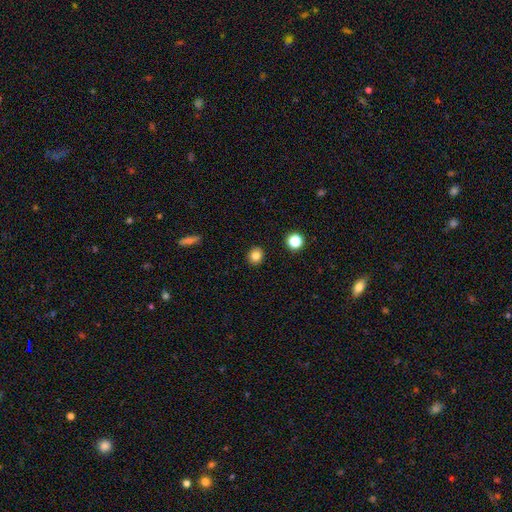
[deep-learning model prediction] Morphology: type=smooth (82%); roundness=round (83%); merging=none (91%).